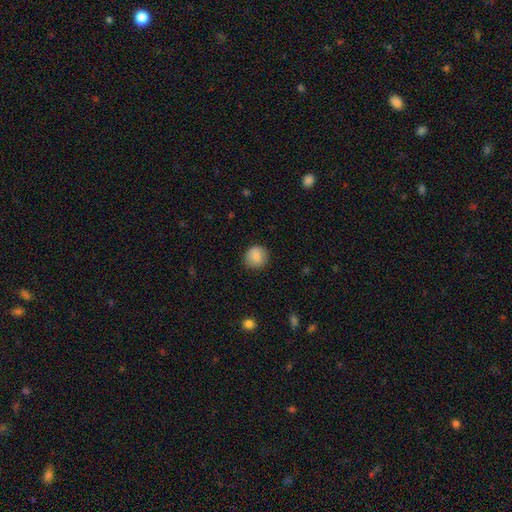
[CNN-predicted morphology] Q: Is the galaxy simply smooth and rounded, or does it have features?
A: smooth — 84%.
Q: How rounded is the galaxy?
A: round — 90%.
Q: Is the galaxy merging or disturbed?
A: none — 83%.